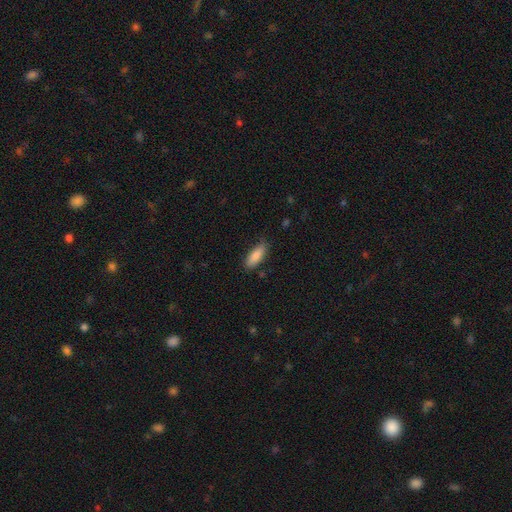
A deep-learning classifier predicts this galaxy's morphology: Smooth or featured: smooth — 87% (featured or disk — 7%)
How rounded: in between — 64% (cigar-shaped — 35%)
Merging: none — 80% (minor disturbance — 16%)